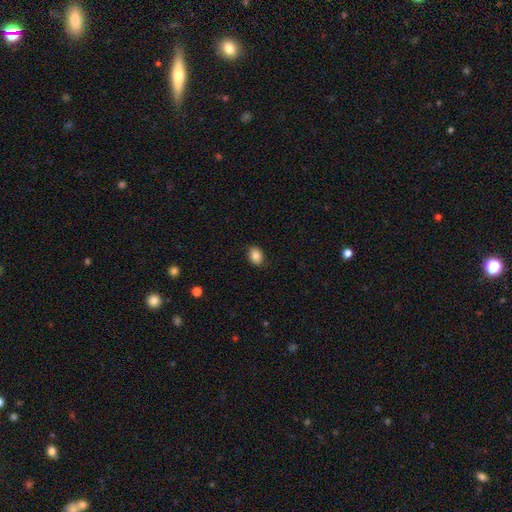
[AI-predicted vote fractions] This appears to be a smooth galaxy with no disk features (86%) that is in between round and cigar-shaped (58%). Merging: none (86%).